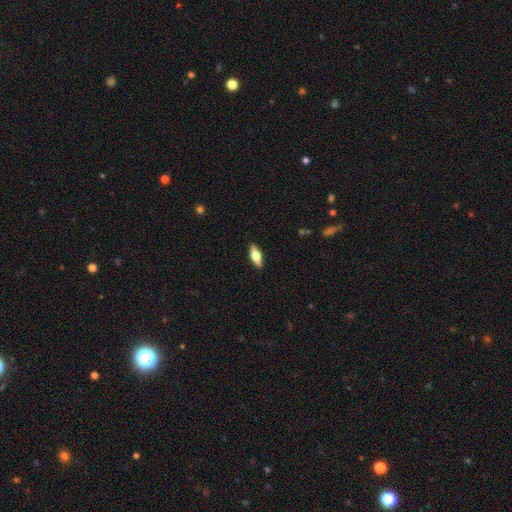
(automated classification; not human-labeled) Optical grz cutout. It shows a smooth galaxy with no disk features (52%) that is in between round and cigar-shaped (64%). Merging: none (90%).